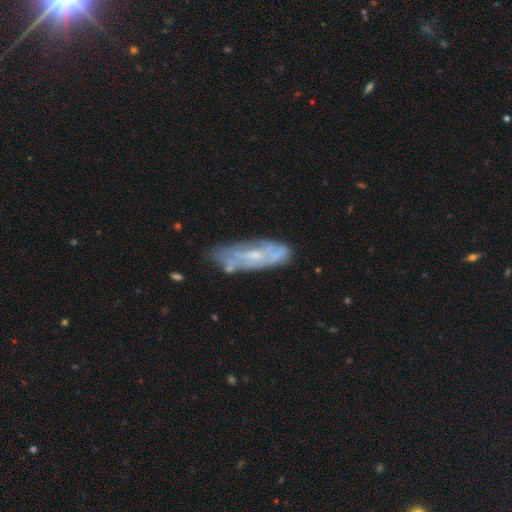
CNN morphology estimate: This appears to be a featured or disk galaxy (63%) with no bar (61%), spiral arms (54%) and a small central bulge (57%). Merging: none (61%).